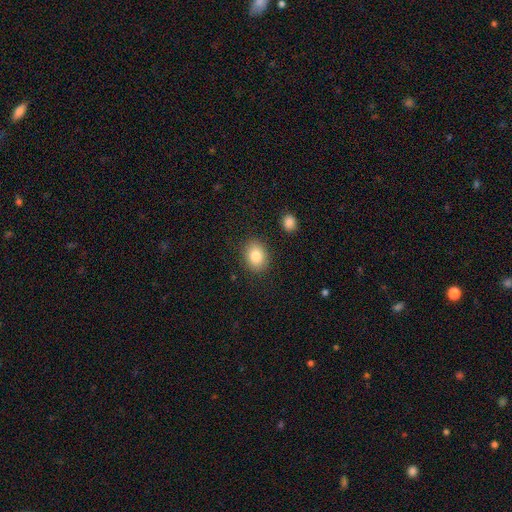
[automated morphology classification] This is clearly a smooth galaxy (84%). How rounded: likely in between (62%). Merging: clearly none (86%).